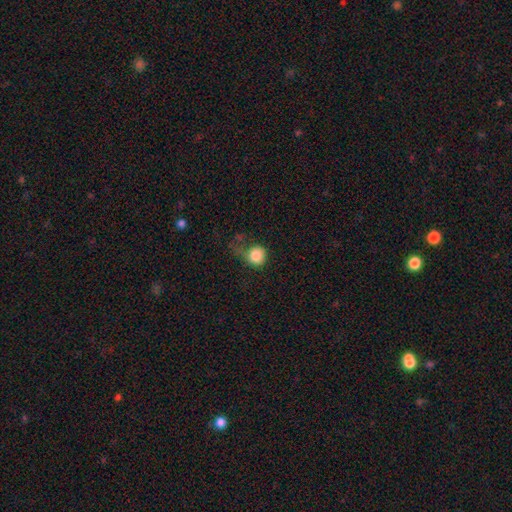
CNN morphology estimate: type=smooth (83%); roundness=round (84%); merging=major disturbance (36%).